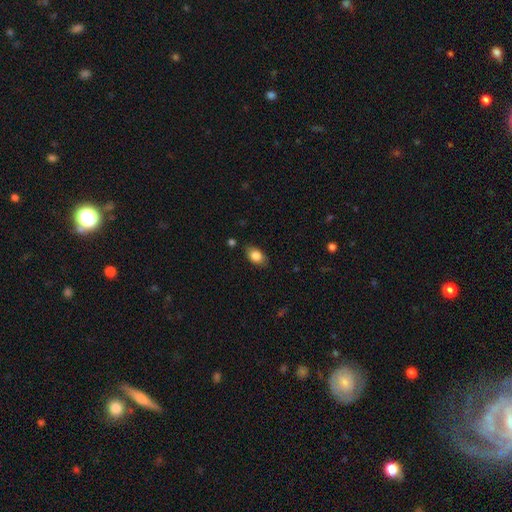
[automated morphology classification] Smooth or featured: smooth — 85% (featured or disk — 8%)
How rounded: in between — 87% (round — 11%)
Merging: none — 82% (minor disturbance — 14%)